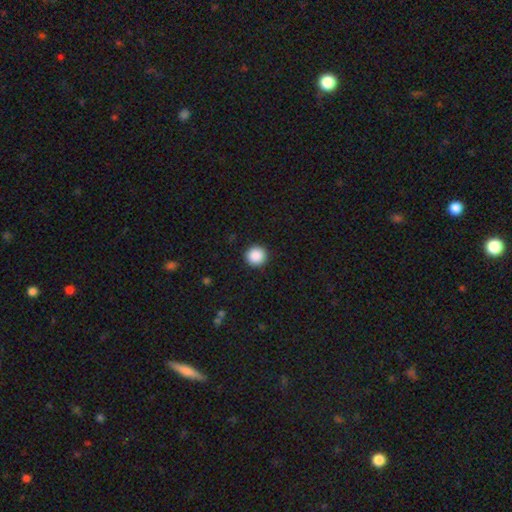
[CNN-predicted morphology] Smooth or featured: smooth — 89% (star or artifact — 9%)
How rounded: round — 95% (in between — 4%)
Merging: none — 93% (minor disturbance — 5%)